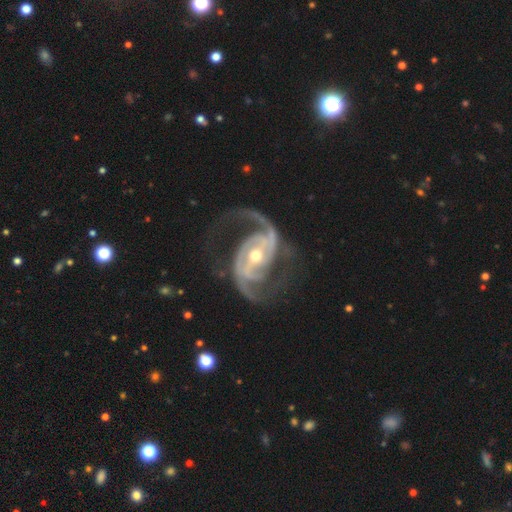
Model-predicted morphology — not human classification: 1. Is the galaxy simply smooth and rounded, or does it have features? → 93% featured or disk, 4% star or artifact, 3% smooth.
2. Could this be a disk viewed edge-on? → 98% no, 2% yes.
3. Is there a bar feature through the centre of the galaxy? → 39% strong, 37% weak, 24% no.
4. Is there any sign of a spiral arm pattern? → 98% yes, 2% no.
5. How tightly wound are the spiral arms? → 54% medium, 30% loose, 17% tight.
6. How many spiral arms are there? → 81% 2, 8% 3, 3% can't tell, 3% 1, 2% 4, 2% more than 4.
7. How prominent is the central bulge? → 67% moderate, 26% small, 5% large, 1% none, 1% dominant.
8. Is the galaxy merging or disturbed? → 67% none, 16% major disturbance, 15% minor disturbance, 2% merger.